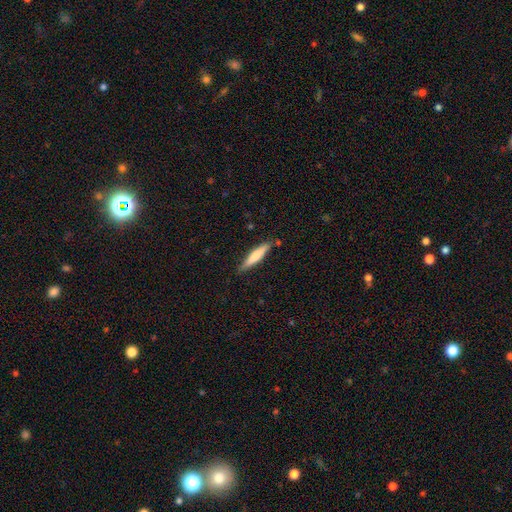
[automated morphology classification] Smooth or featured: smooth — 67% (featured or disk — 28%)
How rounded: cigar-shaped — 87% (in between — 12%)
Merging: none — 83% (minor disturbance — 12%)